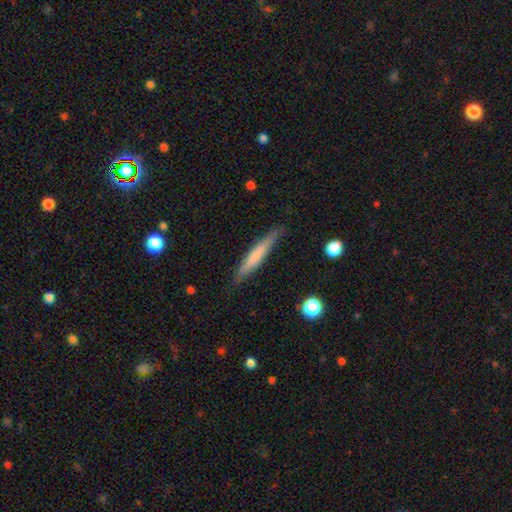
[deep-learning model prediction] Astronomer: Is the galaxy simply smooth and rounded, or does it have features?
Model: smooth — 62%.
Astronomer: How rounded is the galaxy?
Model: cigar-shaped — 94%.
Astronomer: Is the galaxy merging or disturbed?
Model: none — 86%.